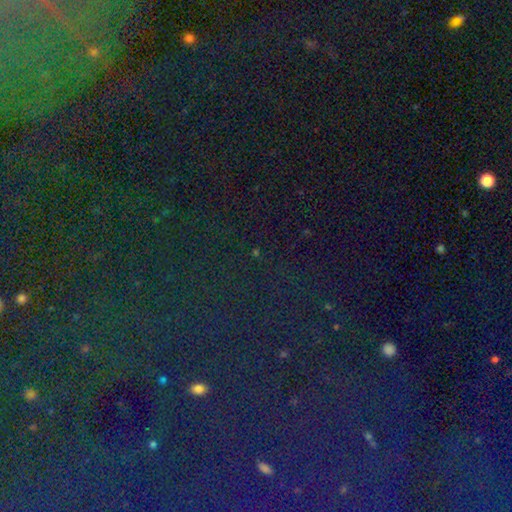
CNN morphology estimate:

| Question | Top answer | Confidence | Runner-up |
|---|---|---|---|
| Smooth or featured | star or artifact | 82% | smooth (10%) |